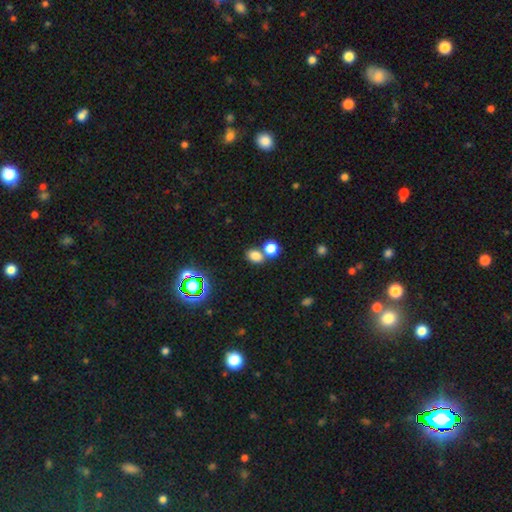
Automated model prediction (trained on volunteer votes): A smooth galaxy with no disk features (77%) that is in between round and cigar-shaped (56%).

Vote fractions:
- Smooth or featured? smooth: 77% / star or artifact: 16% / featured or disk: 7%
- How rounded? in between: 56% / round: 43% / cigar-shaped: 1%
- Merging? none: 53% / merger: 35% / minor disturbance: 9% / major disturbance: 3%